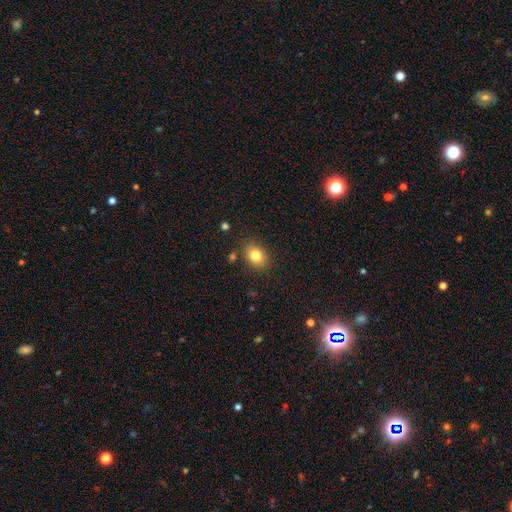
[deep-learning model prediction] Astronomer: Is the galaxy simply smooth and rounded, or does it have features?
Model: smooth — 82%.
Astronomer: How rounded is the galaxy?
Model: in between — 67%.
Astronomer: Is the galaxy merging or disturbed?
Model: none — 83%.